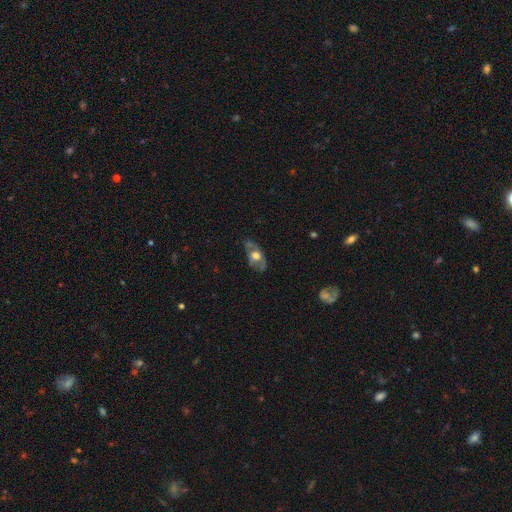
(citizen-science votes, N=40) A smooth galaxy with no disk features (50%) that is in between round and cigar-shaped (90%). Merging: none (61%).